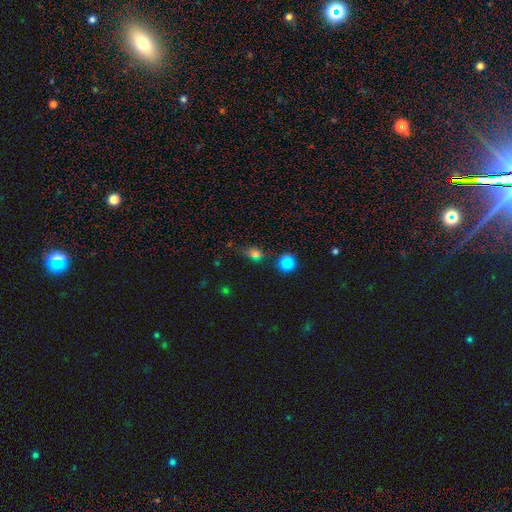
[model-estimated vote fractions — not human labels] Smooth or featured? smooth (74%)
How rounded? in between (52%)
Merging? none (62%)